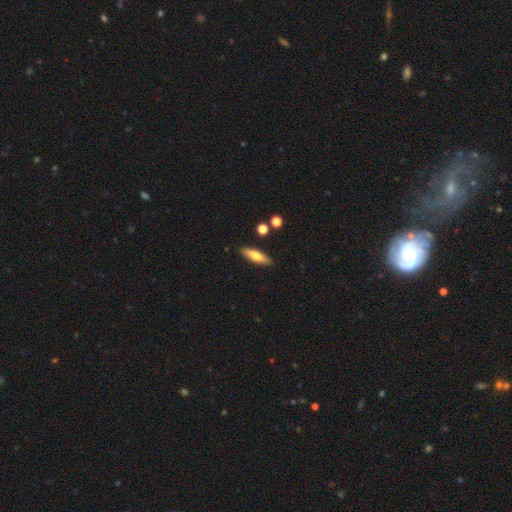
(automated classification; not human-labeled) smooth-or-featured: smooth: 67% | featured or disk: 27% | star or artifact: 7%
  how-rounded: cigar-shaped: 60% | in between: 38% | round: 2%
  merging: none: 86% | minor disturbance: 10% | merger: 3% | major disturbance: 2%